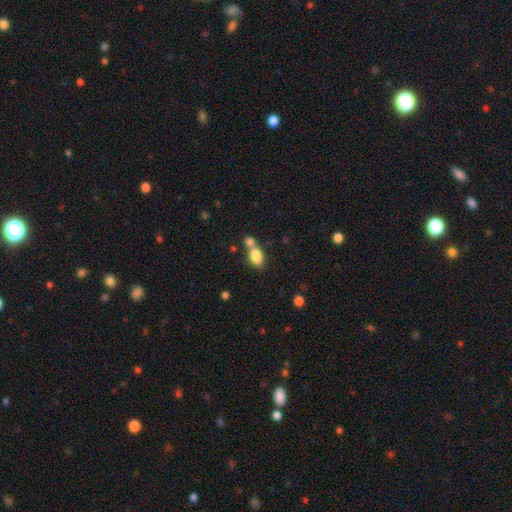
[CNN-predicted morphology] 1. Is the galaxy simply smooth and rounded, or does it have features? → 83% smooth, 9% star or artifact, 8% featured or disk.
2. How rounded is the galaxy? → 83% in between, 15% round, 2% cigar-shaped.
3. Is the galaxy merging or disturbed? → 48% merger, 38% none, 10% minor disturbance, 4% major disturbance.